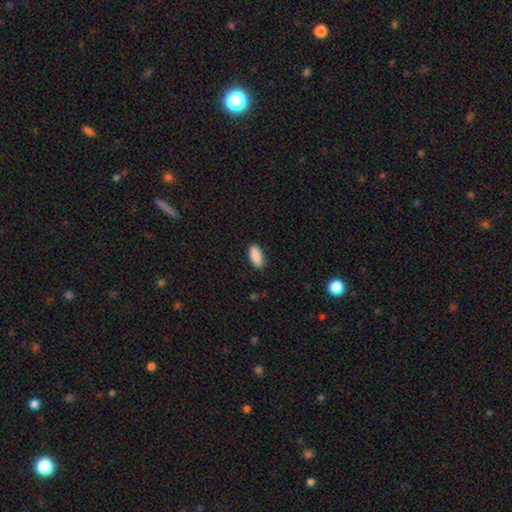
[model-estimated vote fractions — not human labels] The model was most divided on "how rounded": in between: 87%, cigar-shaped: 11%, round: 2%. More confident: smooth or featured — smooth (90%); merging — none (87%).